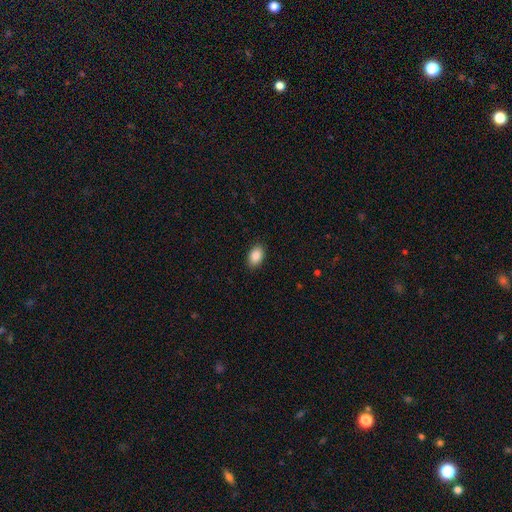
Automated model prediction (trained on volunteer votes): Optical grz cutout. It shows a smooth galaxy with no disk features (88%) that is in between round and cigar-shaped (90%). Merging: none (89%).